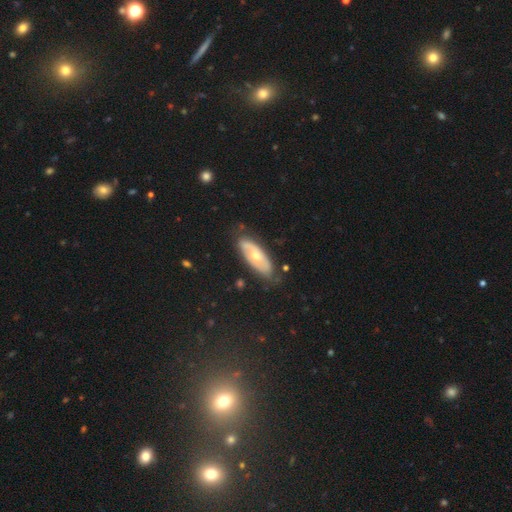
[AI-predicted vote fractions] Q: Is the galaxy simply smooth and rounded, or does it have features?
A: featured or disk — 58%.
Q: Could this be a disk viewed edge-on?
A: no — 83%.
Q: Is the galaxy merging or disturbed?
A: none — 74%.